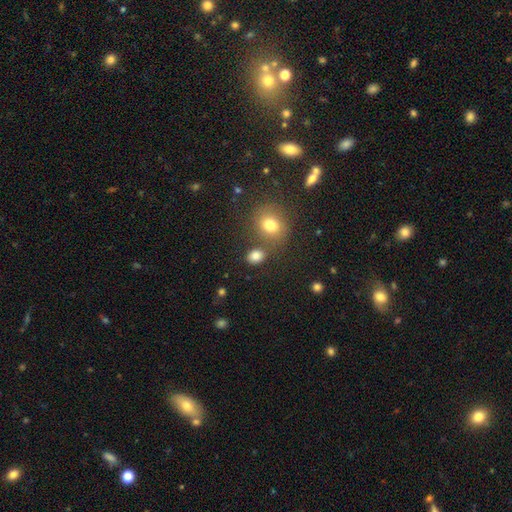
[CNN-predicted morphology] A smooth galaxy with no disk features (82%) that is in between round and cigar-shaped (57%). Merging: none (69%).